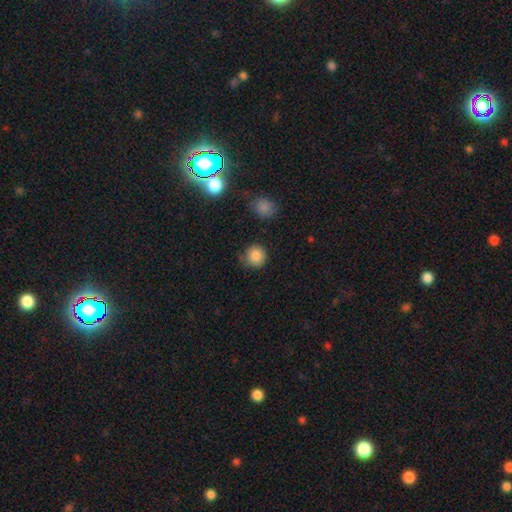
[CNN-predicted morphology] Smooth or featured?
  - smooth: 86% *
  - star or artifact: 9%
  - featured or disk: 5%
How rounded?
  - round: 92% *
  - in between: 7%
  - cigar-shaped: 1%
Merging?
  - none: 76% *
  - minor disturbance: 17%
  - major disturbance: 4%
  - merger: 3%